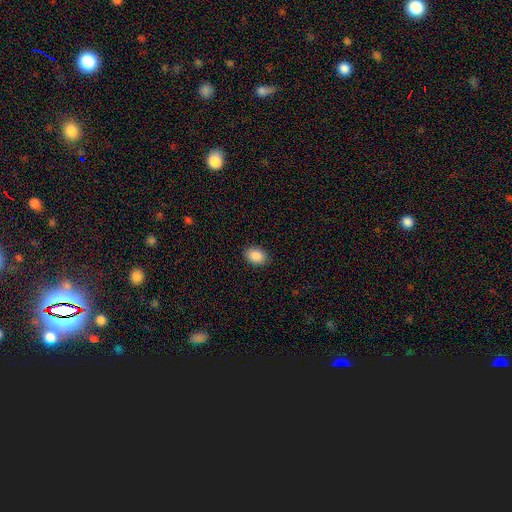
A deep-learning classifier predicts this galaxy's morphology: A smooth galaxy with no disk features (89%) that is in between round and cigar-shaped (80%).

Vote fractions:
- Smooth or featured? smooth: 89% / star or artifact: 8% / featured or disk: 4%
- How rounded? in between: 80% / round: 19% / cigar-shaped: 1%
- Merging? none: 88% / minor disturbance: 9% / major disturbance: 2% / merger: 1%